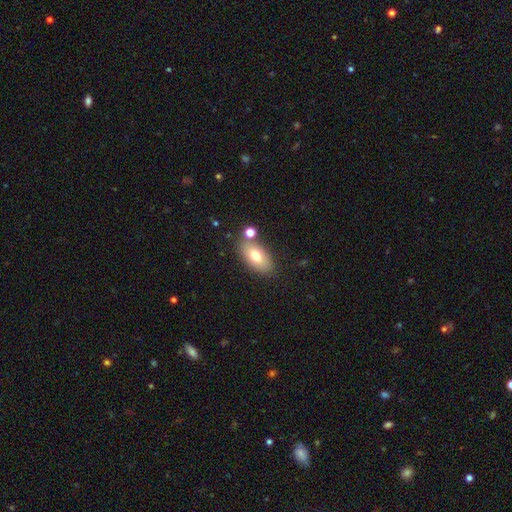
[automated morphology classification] smooth_or_featured: smooth (p=0.73) [alt: featured or disk p=0.18]
how_rounded: in between (p=0.90) [alt: round p=0.06]
merging: none (p=0.74) [alt: minor disturbance p=0.12]